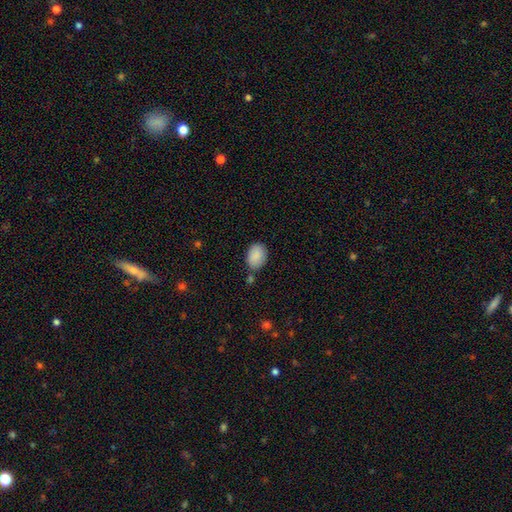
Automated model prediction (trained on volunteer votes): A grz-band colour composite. It shows a smooth galaxy with no disk features (89%) that is in between round and cigar-shaped (75%). Merging: none (71%).